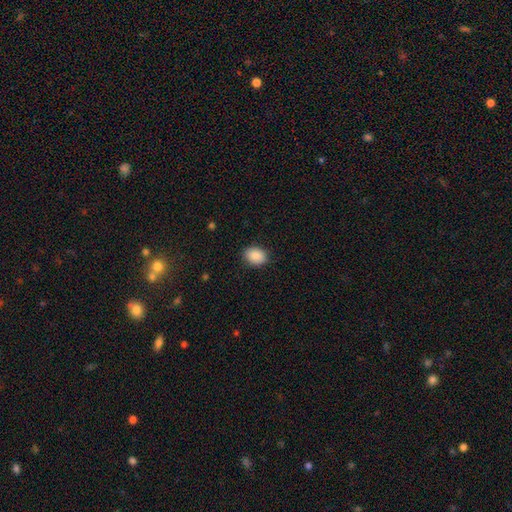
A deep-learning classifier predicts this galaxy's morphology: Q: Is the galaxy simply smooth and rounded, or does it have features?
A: smooth — 90%.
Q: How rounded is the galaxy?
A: in between — 69%.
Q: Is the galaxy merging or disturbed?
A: none — 87%.